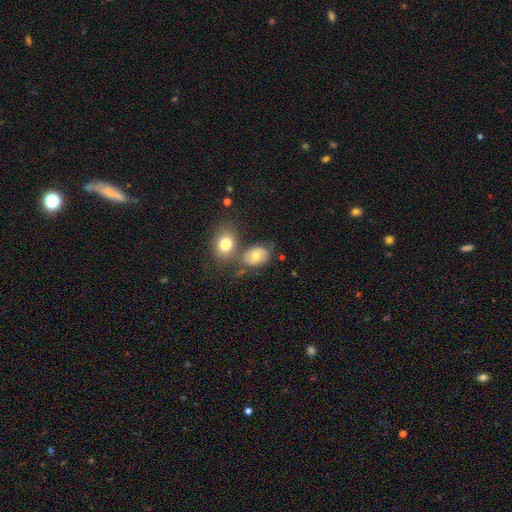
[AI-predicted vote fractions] smooth_or_featured: smooth (p=0.59) [alt: featured or disk p=0.32]
how_rounded: in between (p=0.69) [alt: round p=0.30]
merging: none (p=0.51) [alt: merger p=0.22]